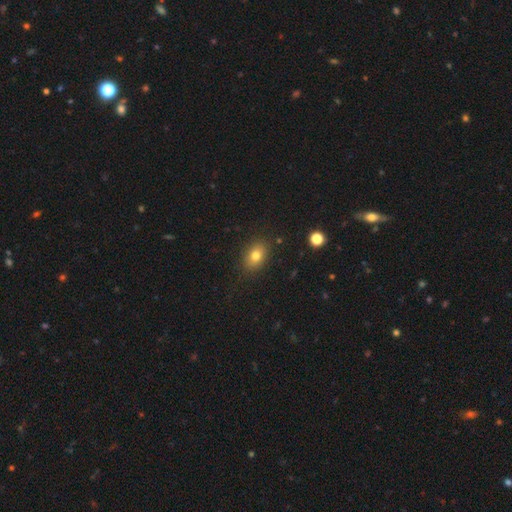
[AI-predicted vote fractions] Smooth or featured? Predicted: smooth (p=0.78). How rounded? Predicted: in between (p=0.73). Merging? Predicted: none (p=0.86).